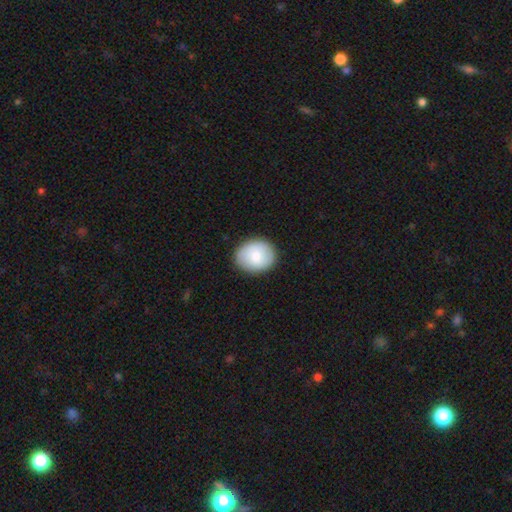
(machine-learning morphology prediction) A smooth galaxy with no disk features (79%) that is round (64%). Merging: none (87%).